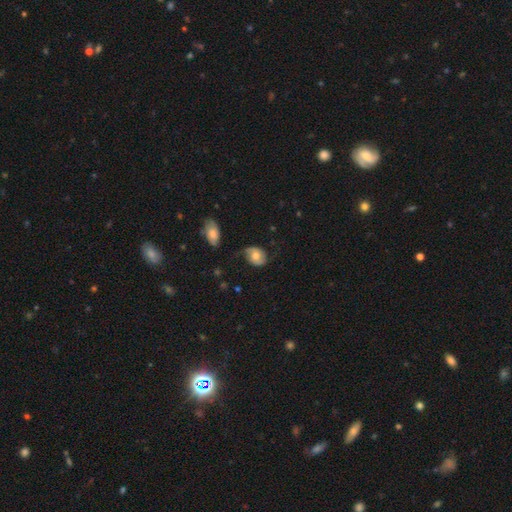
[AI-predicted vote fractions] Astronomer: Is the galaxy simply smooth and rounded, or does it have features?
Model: featured or disk — 52% (runner-up: smooth, 41%).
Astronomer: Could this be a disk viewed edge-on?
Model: no — 96%.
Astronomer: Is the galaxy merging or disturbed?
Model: none — 58%.